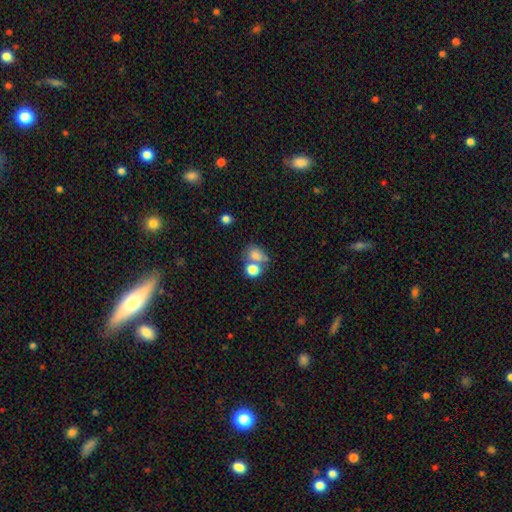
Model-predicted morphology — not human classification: This appears to be a smooth galaxy with no disk features (77%) that is round (52%). Merging: merger (47%).